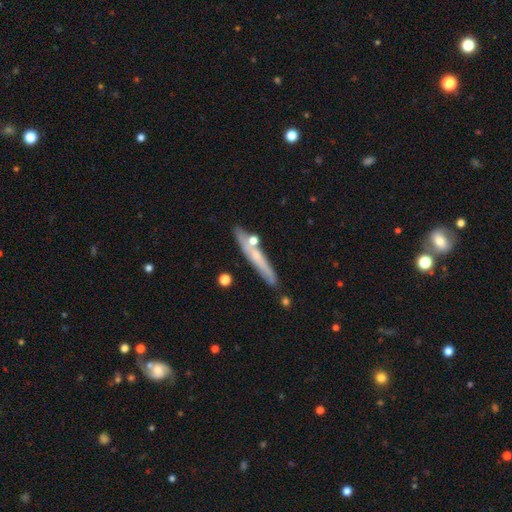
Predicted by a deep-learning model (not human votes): Smooth or featured?
  - smooth: 48% *
  - featured or disk: 45%
  - star or artifact: 7%
Merging?
  - none: 78% *
  - minor disturbance: 13%
  - merger: 6%
  - major disturbance: 3%